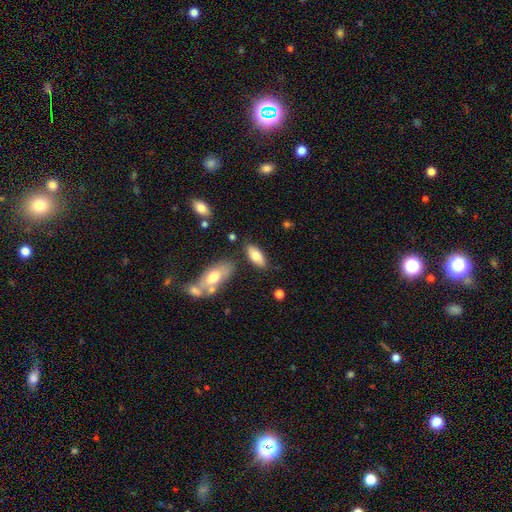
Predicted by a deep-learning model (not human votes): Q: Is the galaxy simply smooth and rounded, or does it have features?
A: smooth — 76%.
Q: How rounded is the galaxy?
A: in between — 84%.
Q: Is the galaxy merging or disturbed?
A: none — 75%.